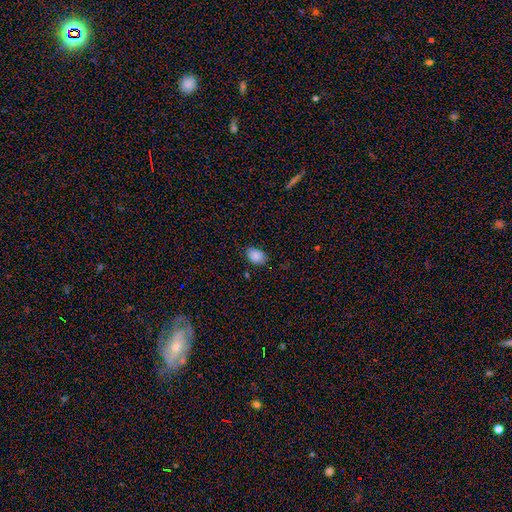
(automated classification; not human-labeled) Smooth or featured? Predicted: smooth (p=0.86). How rounded? Predicted: in between (p=0.76). Merging? Predicted: none (p=0.74).